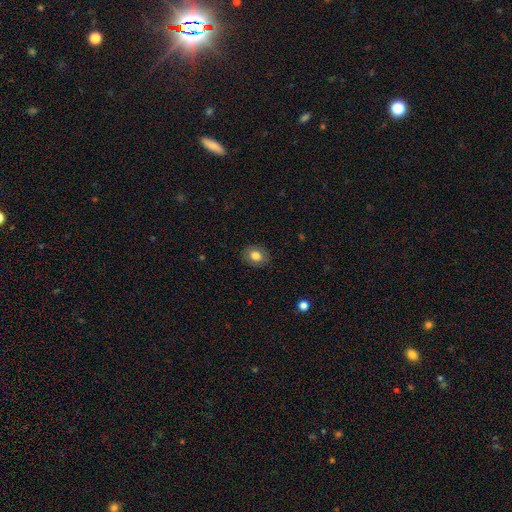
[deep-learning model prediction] This is clearly a smooth galaxy (81%). How rounded: possibly round (52%). Merging: clearly none (87%).